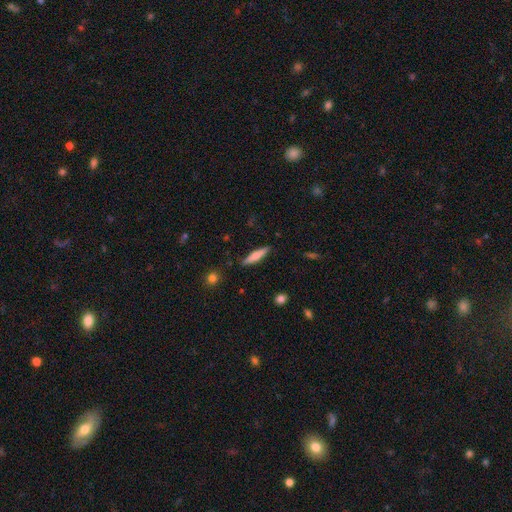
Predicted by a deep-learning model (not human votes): This appears to be a smooth galaxy with no disk features (65%) that is cigar-shaped (86%). Merging: none (88%).